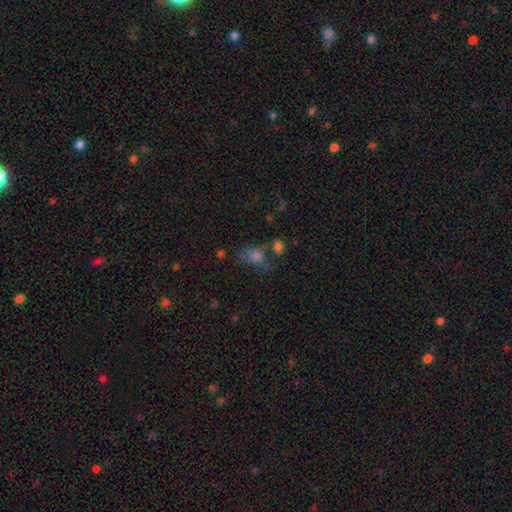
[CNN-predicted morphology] type=smooth (65%); roundness=in between (60%); merging=none (42%).